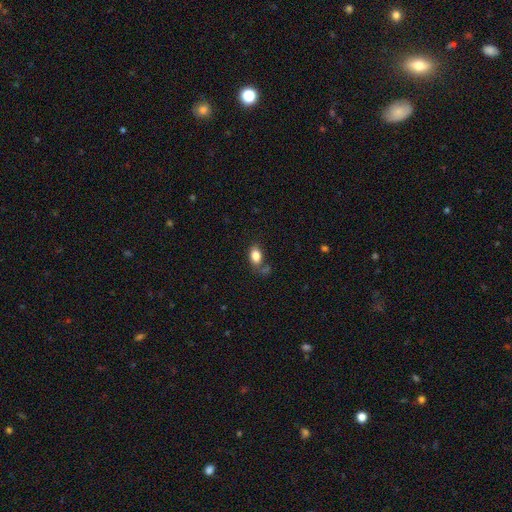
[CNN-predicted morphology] type=smooth (83%); roundness=in between (85%); merging=none (63%).